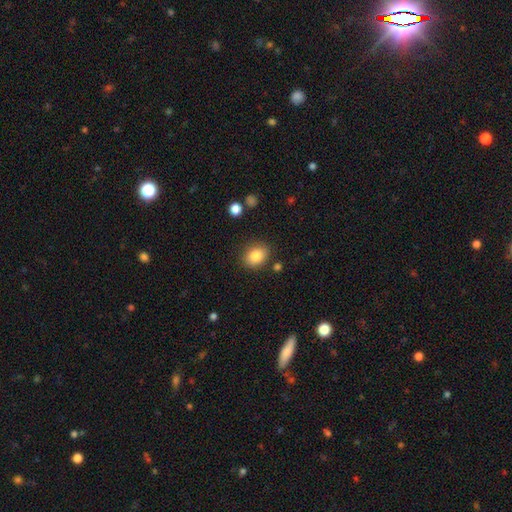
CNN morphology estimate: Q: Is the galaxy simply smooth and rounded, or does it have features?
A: smooth — 83%.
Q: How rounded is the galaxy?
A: in between — 54%.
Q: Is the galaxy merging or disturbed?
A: none — 83%.